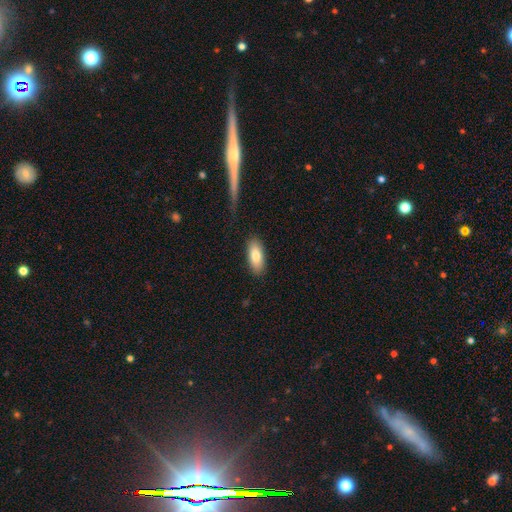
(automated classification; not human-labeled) A smooth galaxy with no disk features (80%) that is in between round and cigar-shaped (86%). Merging: none (86%).